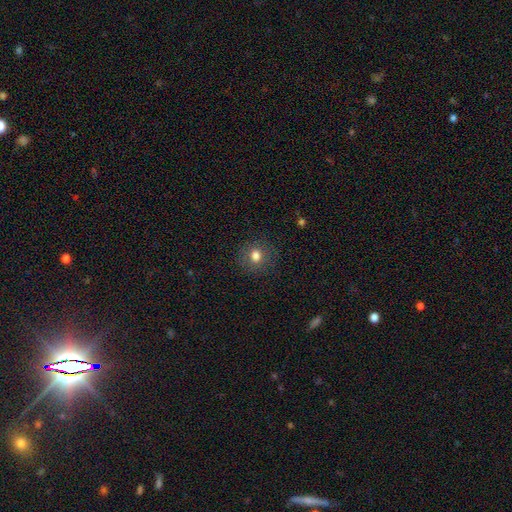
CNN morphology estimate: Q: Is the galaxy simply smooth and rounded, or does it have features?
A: smooth — 78%.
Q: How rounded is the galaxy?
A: round — 78%.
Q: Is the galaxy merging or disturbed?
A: none — 87%.